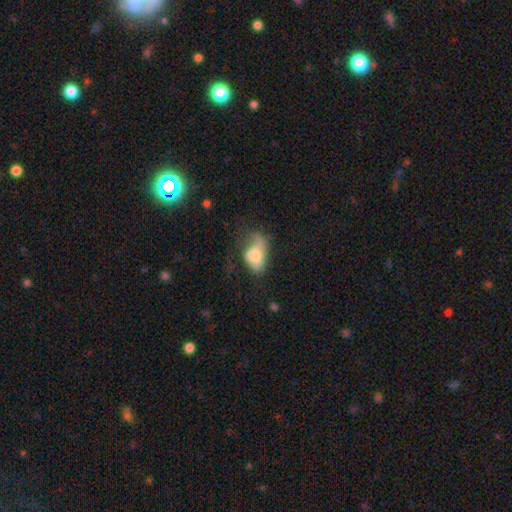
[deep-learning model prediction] Overall: smooth (64%; featured or disk 28%). How rounded: in between (89%). Merging: major disturbance (41%; minor disturbance 30%).